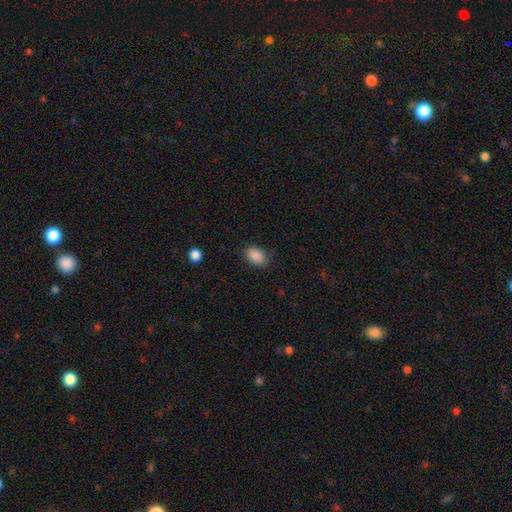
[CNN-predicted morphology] Overall: smooth (89%). How rounded: in between (84%). Merging: none (83%).